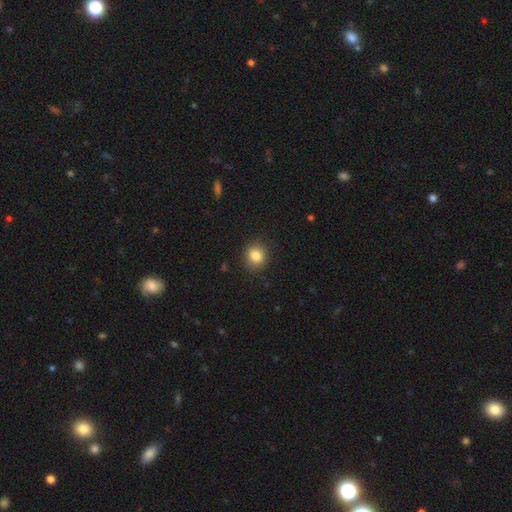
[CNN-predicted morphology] The model was most divided on "how rounded": round: 76%, in between: 23%, cigar-shaped: 1%. More confident: merging — none (88%); smooth or featured — smooth (85%).